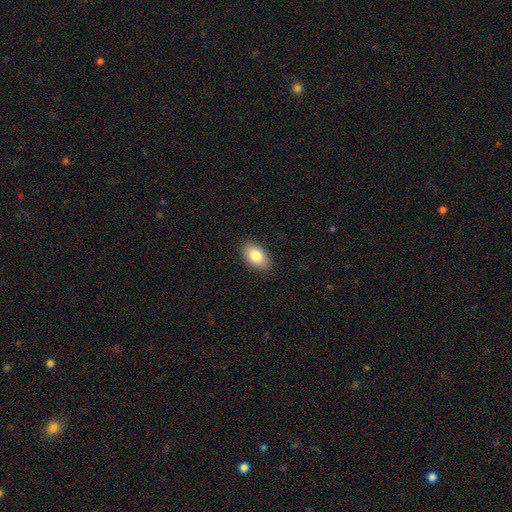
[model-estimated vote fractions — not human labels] smooth-or-featured: smooth: 82% | featured or disk: 11% | star or artifact: 7%
  how-rounded: in between: 93% | round: 6% | cigar-shaped: 1%
  merging: none: 88% | minor disturbance: 9% | major disturbance: 2% | merger: 1%